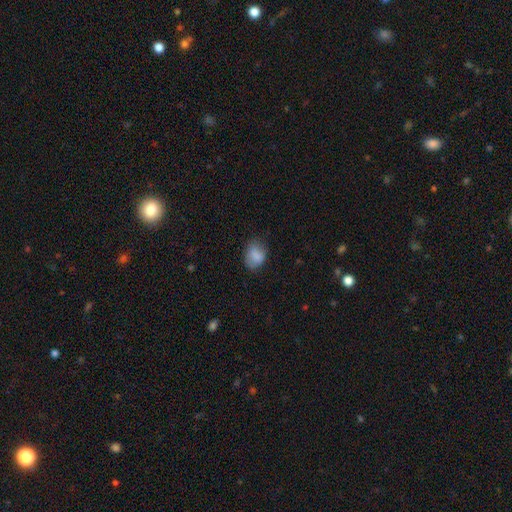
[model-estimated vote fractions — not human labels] Smooth or featured? Predicted: smooth (p=0.82). How rounded? Predicted: in between (p=0.64). Merging? Predicted: none (p=0.67).